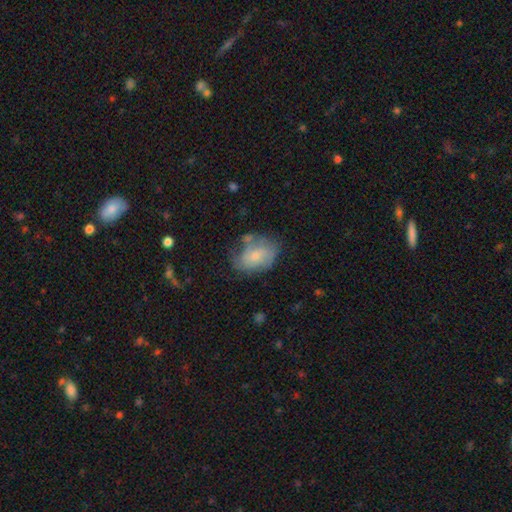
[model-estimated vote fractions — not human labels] smooth 65%, featured or disk 27%, star or artifact 8%. Down the decision tree: how rounded — in between (80%); merging — none (45%).